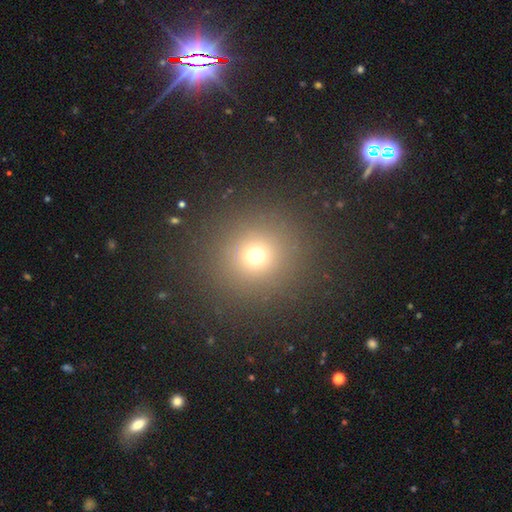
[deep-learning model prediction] A smooth galaxy with no disk features (68%) that is round (93%).

Vote fractions:
- Smooth or featured? smooth: 68% / star or artifact: 23% / featured or disk: 9%
- How rounded? round: 93% / in between: 6% / cigar-shaped: 1%
- Merging? none: 88% / minor disturbance: 6% / major disturbance: 4% / merger: 1%